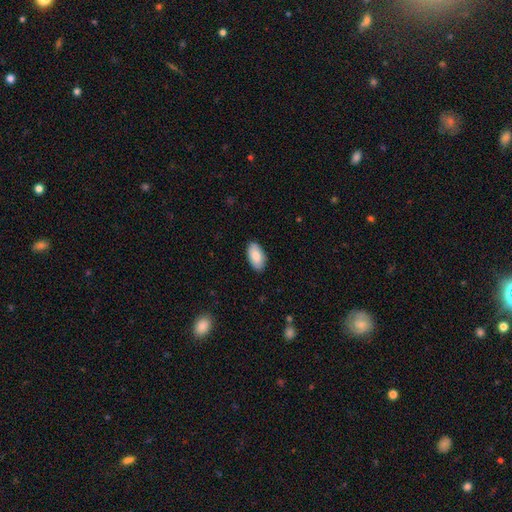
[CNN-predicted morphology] Smooth or featured? smooth (86%)
How rounded? in between (95%)
Merging? none (88%)